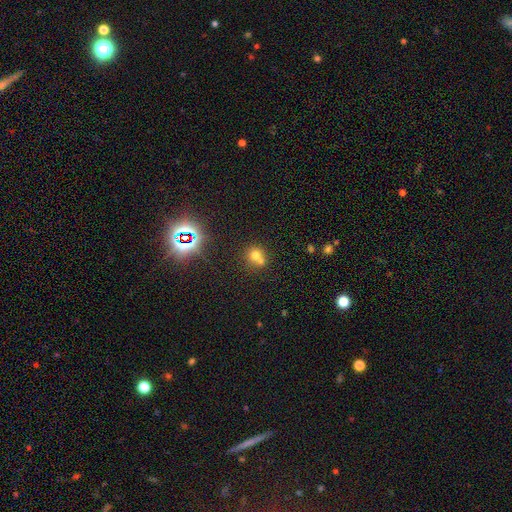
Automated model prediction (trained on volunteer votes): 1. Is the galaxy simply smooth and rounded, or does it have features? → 66% smooth, 19% star or artifact, 15% featured or disk.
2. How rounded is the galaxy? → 84% round, 15% in between, 1% cigar-shaped.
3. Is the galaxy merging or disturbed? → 50% merger, 40% none, 7% minor disturbance, 3% major disturbance.